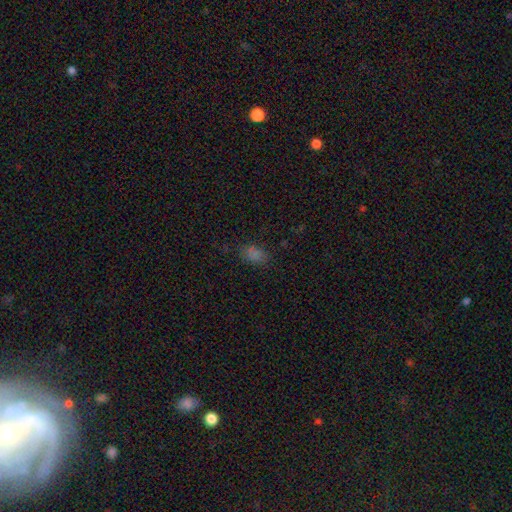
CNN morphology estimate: The model was most divided on "smooth or featured": smooth: 75%, star or artifact: 19%, featured or disk: 5%. More confident: how rounded — in between (86%); merging — none (78%).